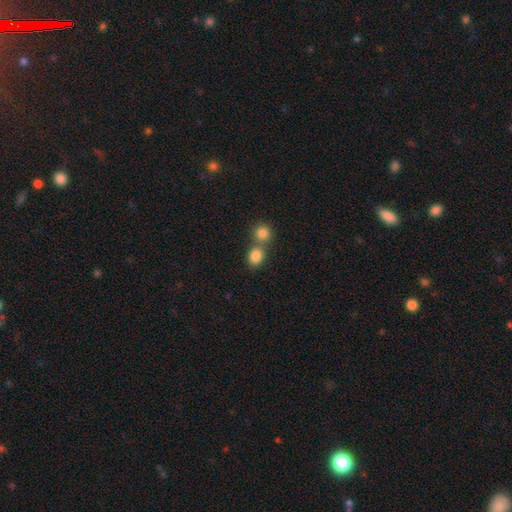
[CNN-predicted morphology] This is clearly a smooth galaxy (84%). How rounded: possibly round (58%). Merging: possibly merger (45%, tied with none).